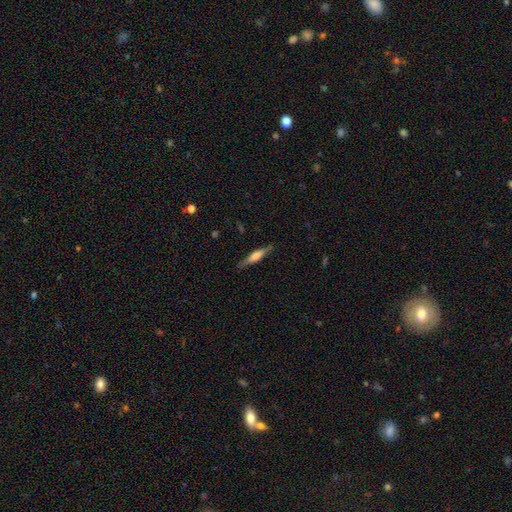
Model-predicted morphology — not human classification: Smooth or featured? featured or disk (55%)
Edge-on disk? yes (95%)
Edge-on bulge? rounded (59%)
Merging? none (85%)